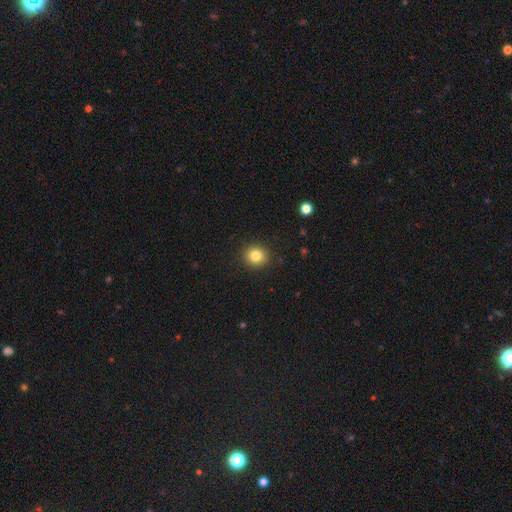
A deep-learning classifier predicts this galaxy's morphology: Overall: smooth (82%). How rounded: round (89%). Merging: none (91%).